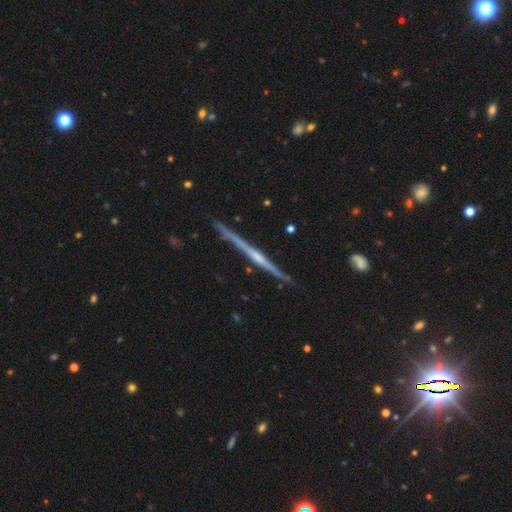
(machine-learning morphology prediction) Smooth or featured? Predicted: featured or disk (p=0.80). Edge-on disk? Predicted: yes (p=0.98). Edge-on bulge? Predicted: rounded (p=0.52). Merging? Predicted: none (p=0.89).